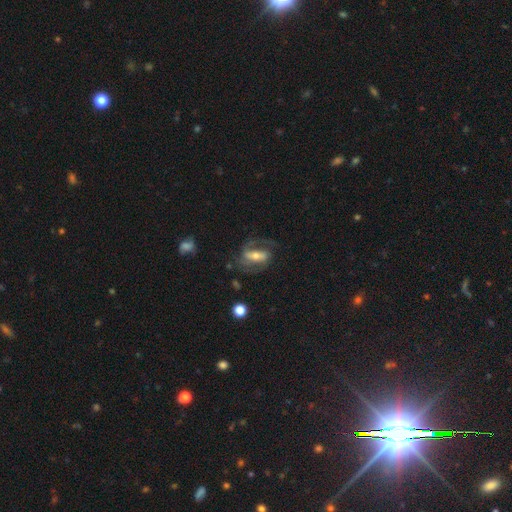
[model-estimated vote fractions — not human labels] Smooth or featured? Predicted: featured or disk (p=0.76). Edge-on disk? Predicted: no (p=0.92). Bar? Predicted: strong (p=0.55). Spiral arms? Predicted: yes (p=0.88). Spiral winding? Predicted: medium (p=0.49). Spiral arm count? Predicted: 2 (p=0.80). Bulge size? Predicted: moderate (p=0.54). Merging? Predicted: none (p=0.62).